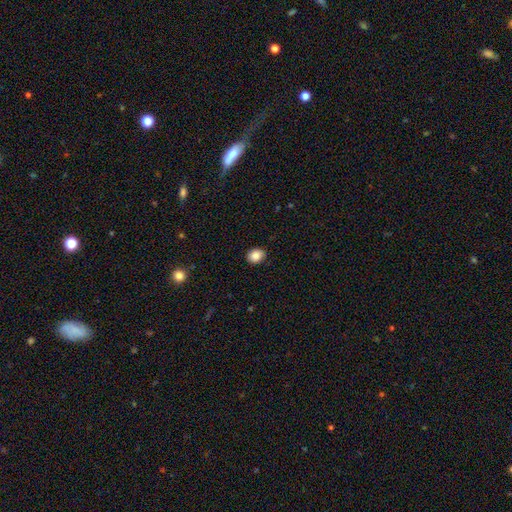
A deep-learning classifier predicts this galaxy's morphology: This appears to be a smooth galaxy with no disk features (87%) that is in between round and cigar-shaped (50%). Merging: none (89%).